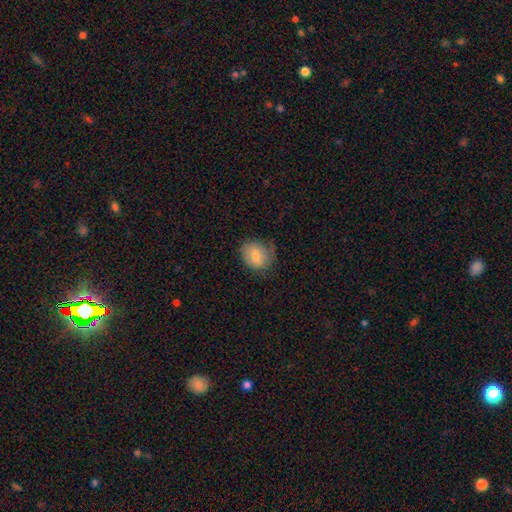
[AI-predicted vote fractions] Smooth or featured? Predicted: smooth (p=0.71). How rounded? Predicted: round (p=0.57). Merging? Predicted: none (p=0.65).